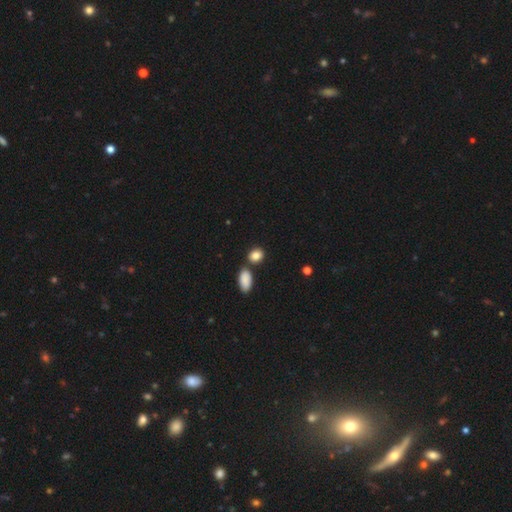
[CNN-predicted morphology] Overall: smooth (86%). How rounded: in between (62%; round 36%). Merging: none (70%).